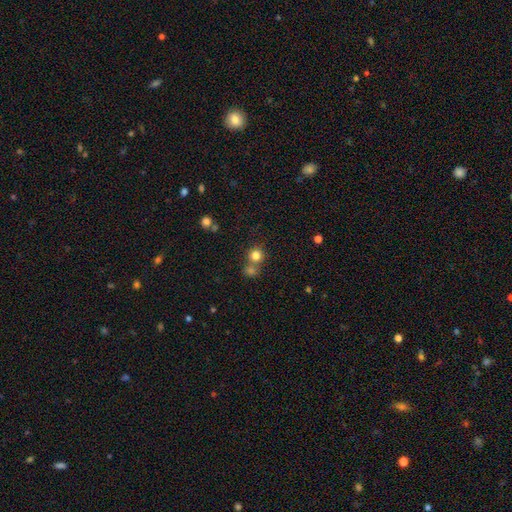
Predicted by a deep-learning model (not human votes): Q: Smooth or featured?
A: smooth (80%); runner-up: star or artifact (13%)
Q: How rounded?
A: round (92%); runner-up: in between (7%)
Q: Merging?
A: none (61%); runner-up: merger (29%)